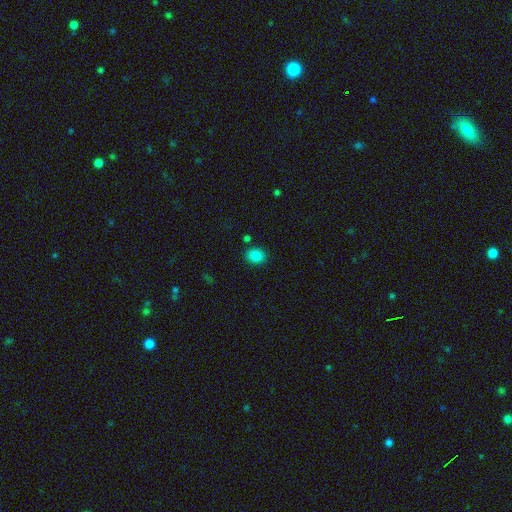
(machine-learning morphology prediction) This appears to be a smooth galaxy with no disk features (86%) that is round (52%). Merging: none (84%).